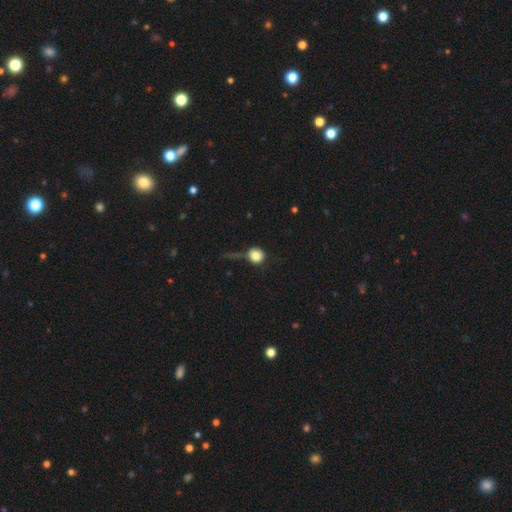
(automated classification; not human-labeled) smooth-or-featured: smooth: 81% | star or artifact: 10% | featured or disk: 9%
  how-rounded: round: 87% | in between: 11% | cigar-shaped: 1%
  merging: none: 51% | minor disturbance: 22% | major disturbance: 17% | merger: 9%